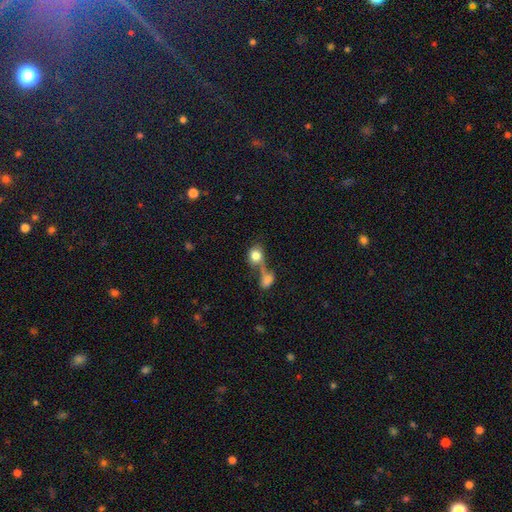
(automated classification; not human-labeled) Smooth or featured?
  - smooth: 81% *
  - featured or disk: 10%
  - star or artifact: 9%
How rounded?
  - round: 59% *
  - in between: 39%
  - cigar-shaped: 2%
Merging?
  - merger: 53% *
  - none: 29%
  - minor disturbance: 10%
  - major disturbance: 9%